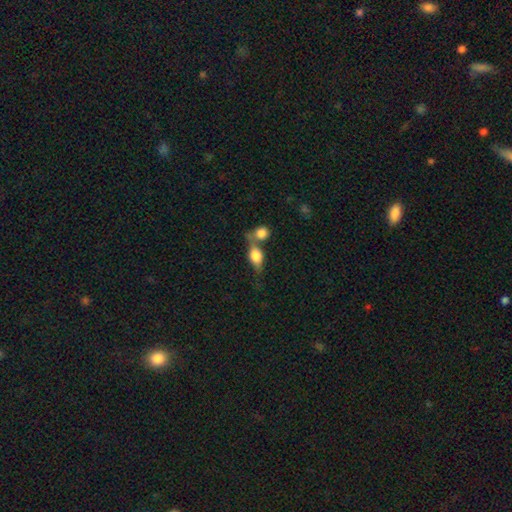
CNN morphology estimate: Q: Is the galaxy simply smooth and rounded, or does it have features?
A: smooth — 73%.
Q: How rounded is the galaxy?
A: in between — 66%.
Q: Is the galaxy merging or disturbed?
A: merger — 51%.